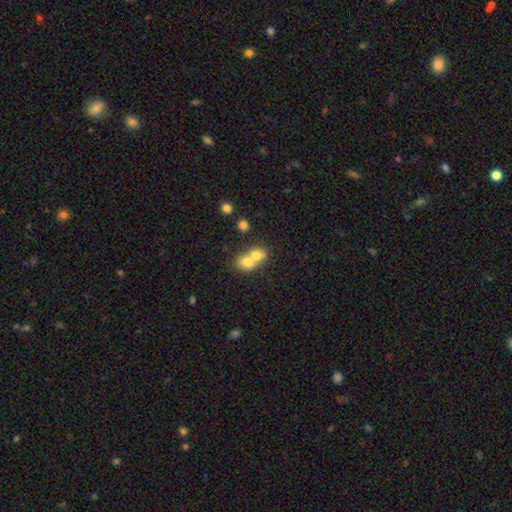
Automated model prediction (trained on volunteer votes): Q: Smooth or featured?
A: smooth (70%); runner-up: featured or disk (20%)
Q: How rounded?
A: round (62%); runner-up: in between (37%)
Q: Merging?
A: merger (73%); runner-up: none (20%)